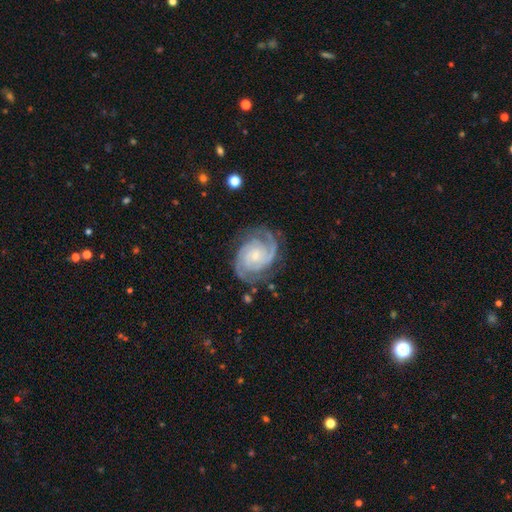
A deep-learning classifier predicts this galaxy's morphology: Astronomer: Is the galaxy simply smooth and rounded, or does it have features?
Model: featured or disk — 92%.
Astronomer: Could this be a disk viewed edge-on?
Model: no — 98%.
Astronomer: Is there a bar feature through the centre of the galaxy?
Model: no — 63%.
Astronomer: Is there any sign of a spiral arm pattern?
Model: yes — 99%.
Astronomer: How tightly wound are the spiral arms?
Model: tight — 63%.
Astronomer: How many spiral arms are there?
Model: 2 — 72%.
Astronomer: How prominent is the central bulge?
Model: small — 68%.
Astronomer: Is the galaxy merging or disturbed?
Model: none — 77%.